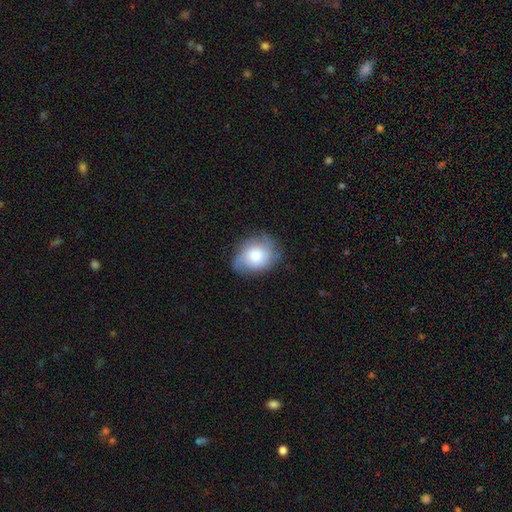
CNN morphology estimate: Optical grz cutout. It shows a smooth galaxy with no disk features (56%) that is in between round and cigar-shaped (54%). Merging: none (64%).